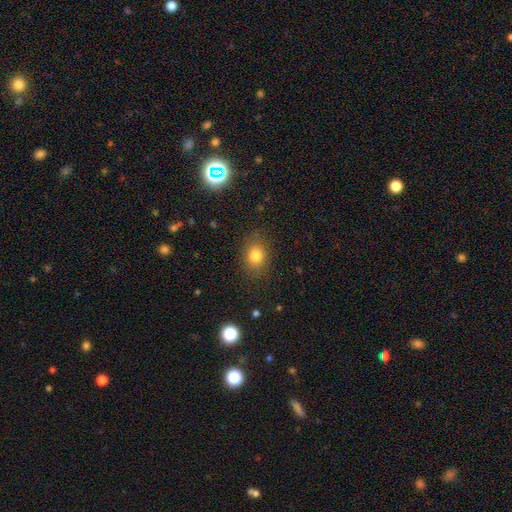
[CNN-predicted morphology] Smooth or featured?
  - smooth: 79% *
  - star or artifact: 13%
  - featured or disk: 8%
How rounded?
  - in between: 51% *
  - round: 47%
  - cigar-shaped: 1%
Merging?
  - none: 84% *
  - minor disturbance: 11%
  - major disturbance: 4%
  - merger: 1%